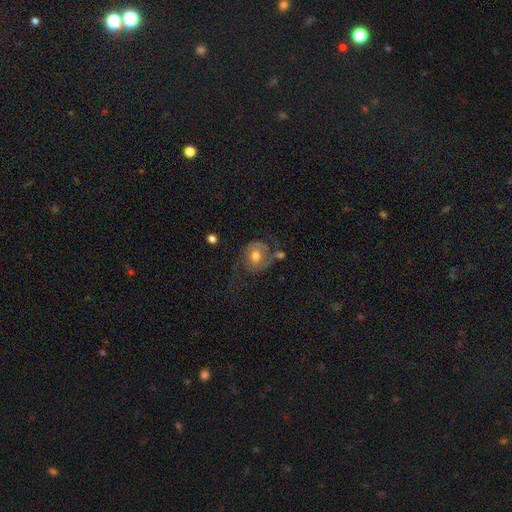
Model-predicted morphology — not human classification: smooth-or-featured: featured or disk: 57% | smooth: 35% | star or artifact: 8%
  disk-edge-on: no: 97% | yes: 3%
    bar: no: 72% | weak: 24% | strong: 5%
    has-spiral-arms: yes: 74% | no: 26%
    bulge-size: moderate: 72% | small: 13% | large: 12% | none: 2% | dominant: 1%
  merging: none: 43% | major disturbance: 25% | minor disturbance: 22% | merger: 9%